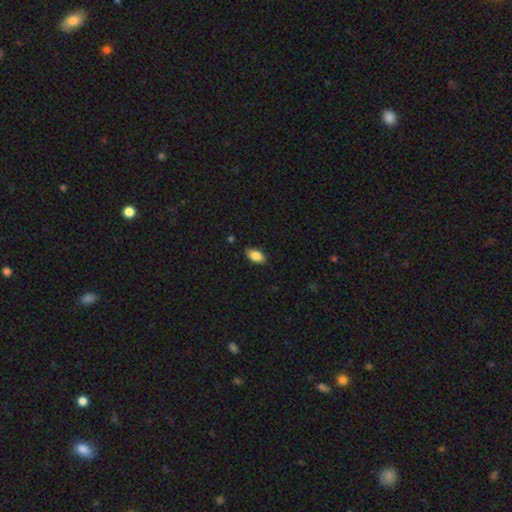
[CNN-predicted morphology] smooth 86%, star or artifact 7%, featured or disk 7%. Down the decision tree: how rounded — in between (93%); merging — none (87%).